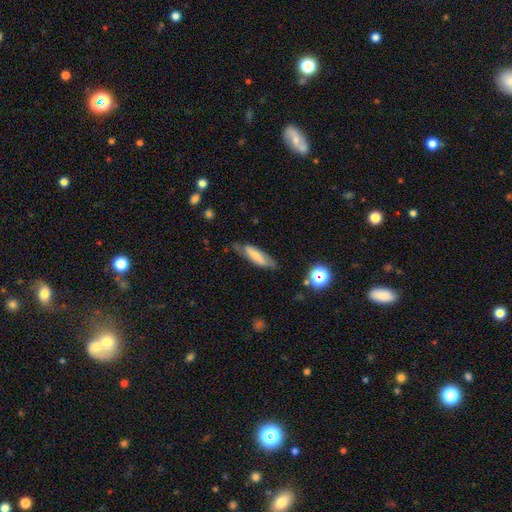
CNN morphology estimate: Overall: smooth (55%; featured or disk 37%). How rounded: cigar-shaped (56%; in between 42%). Merging: none (65%).